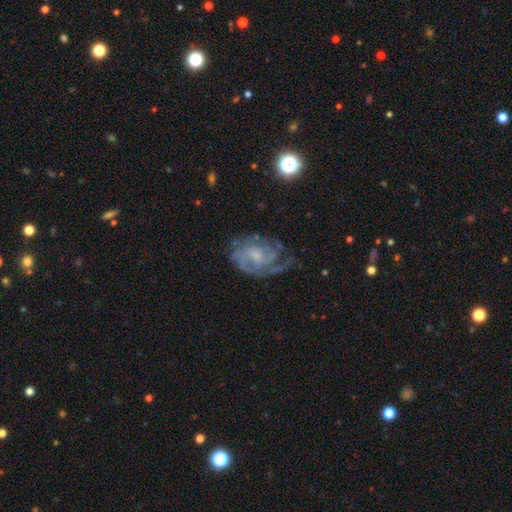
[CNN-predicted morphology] This is likely a featured or disk galaxy (79%). It is clearly not viewed edge-on (97%). Bar: likely no (62%). Spiral arm pattern: clearly yes (90%). Spiral arm count: marginally can't tell (39%). Spiral winding: possibly tight (50%). Central bulge: possibly small (46%). Merging: possibly none (57%).